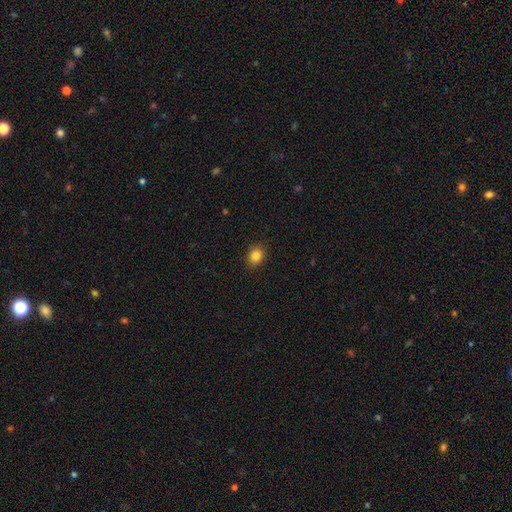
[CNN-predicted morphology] Smooth or featured? Predicted: smooth (p=0.85). How rounded? Predicted: round (p=0.54). Merging? Predicted: none (p=0.88).